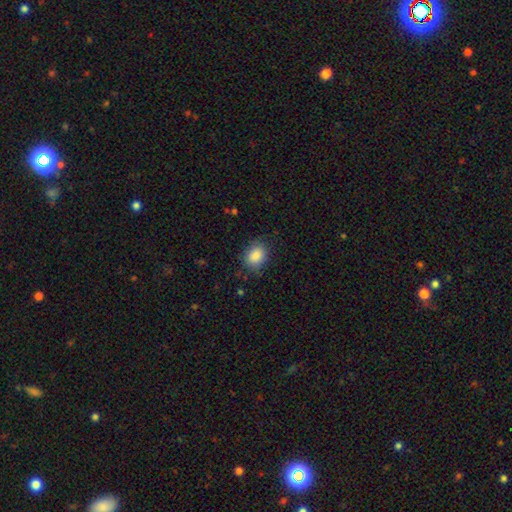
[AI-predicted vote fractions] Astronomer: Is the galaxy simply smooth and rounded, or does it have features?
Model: smooth — 87%.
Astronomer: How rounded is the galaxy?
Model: in between — 60% (runner-up: round, 39%).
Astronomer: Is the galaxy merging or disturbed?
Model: none — 78%.